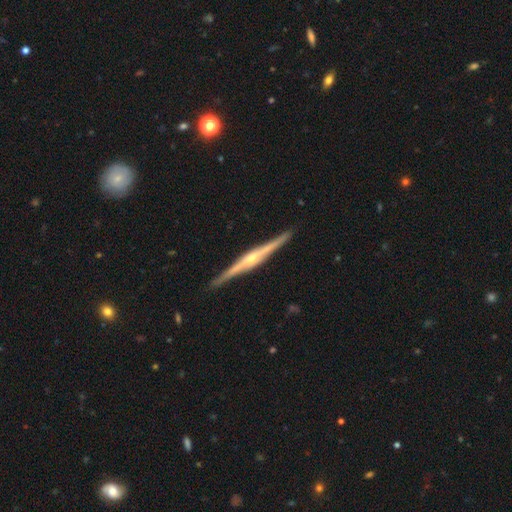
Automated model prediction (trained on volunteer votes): Smooth or featured? featured or disk (87%)
Edge-on disk? yes (98%)
Edge-on bulge? rounded (78%)
Merging? none (91%)